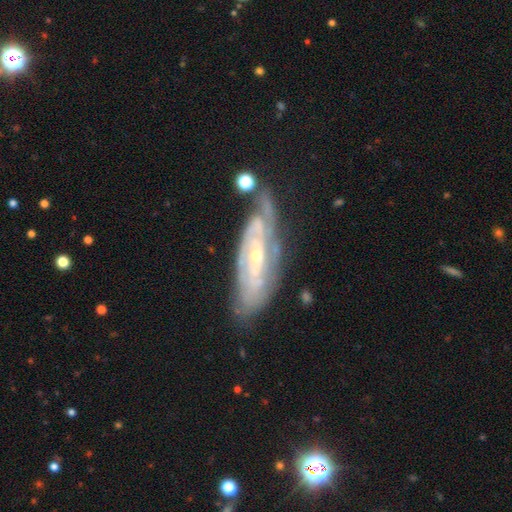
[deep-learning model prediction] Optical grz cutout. It shows a featured or disk galaxy (86%) with no bar (48%), tight (68%) spiral arms (92%) and a small central bulge (63%). Merging: none (61%).